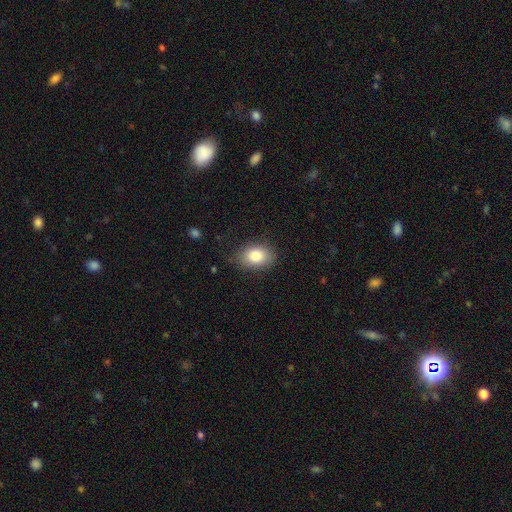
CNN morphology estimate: Smooth or featured? smooth (84%)
How rounded? in between (79%)
Merging? none (81%)